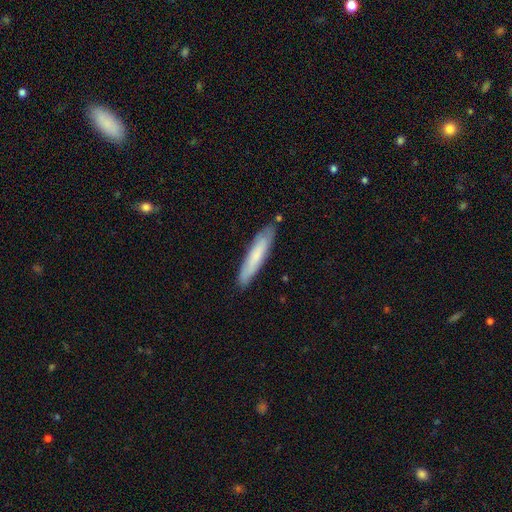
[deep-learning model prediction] A smooth galaxy with no disk features (68%) that is cigar-shaped (89%). Merging: none (84%).